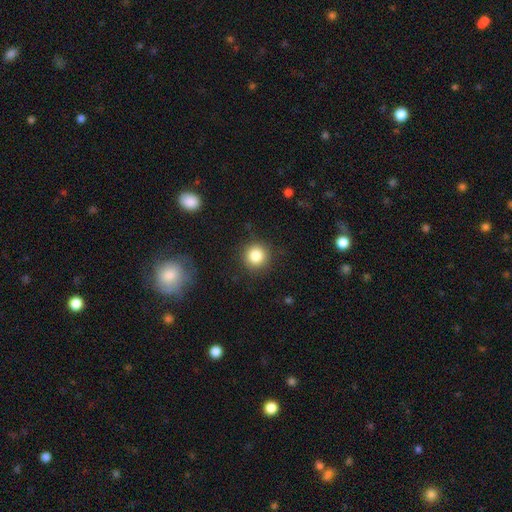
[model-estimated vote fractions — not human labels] Smooth or featured? smooth (84%)
How rounded? round (94%)
Merging? none (89%)